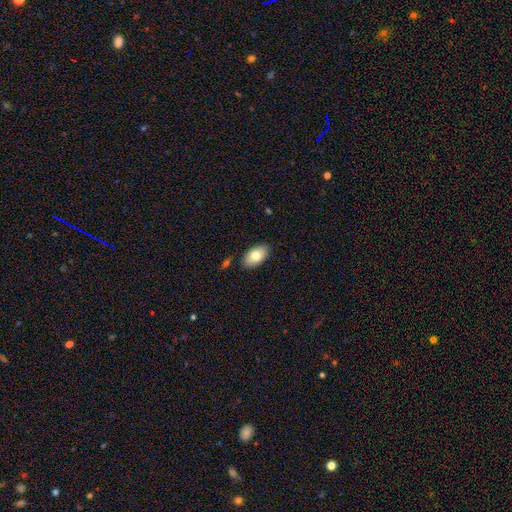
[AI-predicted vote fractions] A smooth galaxy with no disk features (76%) that is in between round and cigar-shaped (93%).

Vote fractions:
- Smooth or featured? smooth: 76% / featured or disk: 17% / star or artifact: 7%
- How rounded? in between: 93% / round: 5% / cigar-shaped: 2%
- Merging? none: 85% / minor disturbance: 10% / merger: 2% / major disturbance: 2%